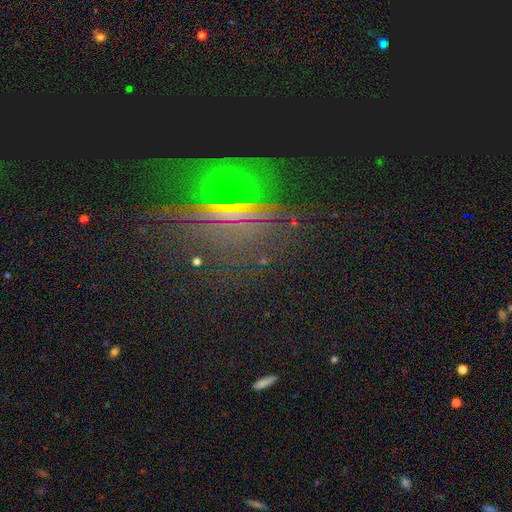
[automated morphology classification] This appears to be a star or artifact, not a galaxy (52%).